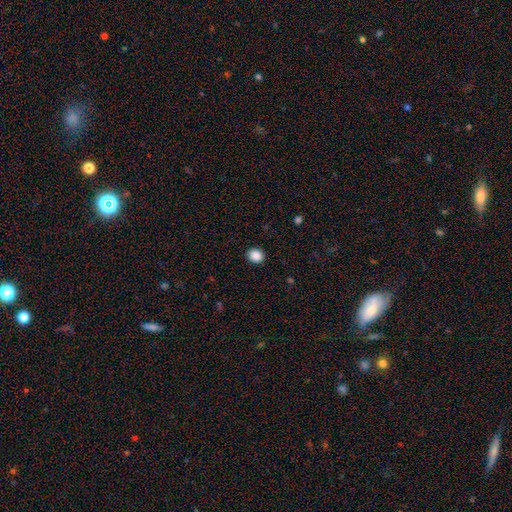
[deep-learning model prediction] Smooth or featured? smooth (88%)
How rounded? round (71%)
Merging? none (91%)